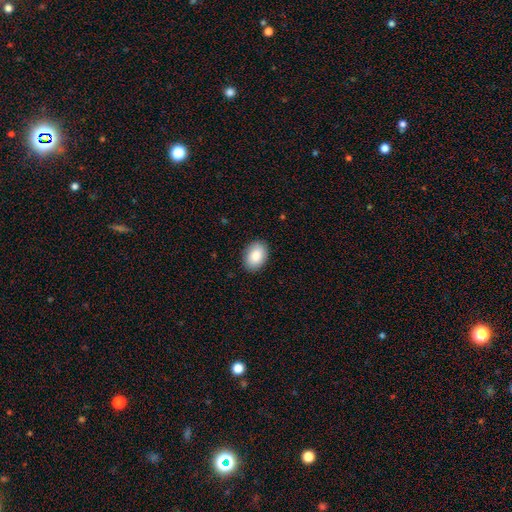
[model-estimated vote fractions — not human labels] Smooth or featured: smooth — 87% (featured or disk — 7%)
How rounded: in between — 81% (round — 18%)
Merging: none — 88% (minor disturbance — 9%)